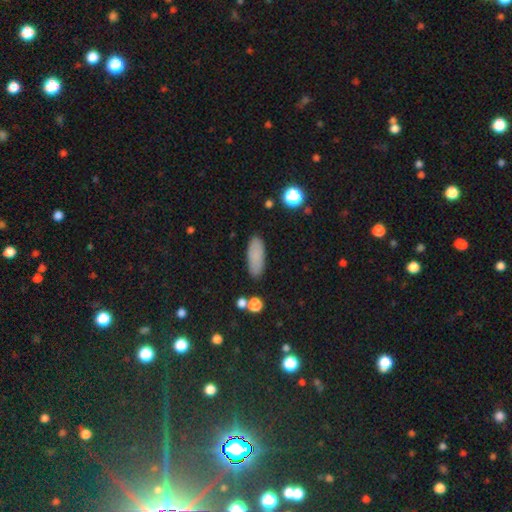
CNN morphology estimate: A smooth galaxy with no disk features (84%) that is in between round and cigar-shaped (70%).

Vote fractions:
- Smooth or featured? smooth: 84% / star or artifact: 10% / featured or disk: 7%
- How rounded? in between: 70% / cigar-shaped: 28% / round: 3%
- Merging? none: 85% / minor disturbance: 10% / major disturbance: 3% / merger: 2%